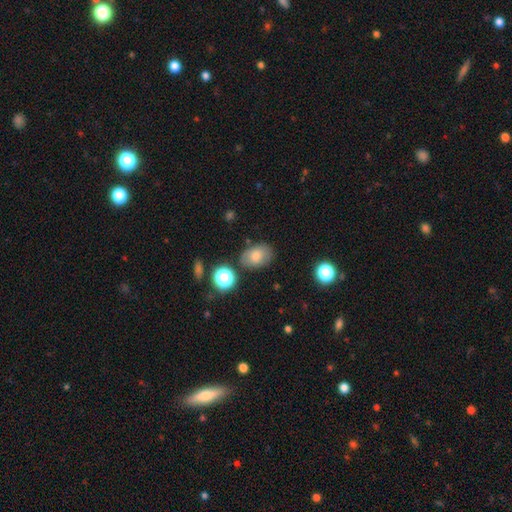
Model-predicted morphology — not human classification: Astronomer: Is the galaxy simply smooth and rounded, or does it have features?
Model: smooth — 76%.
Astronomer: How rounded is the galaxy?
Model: in between — 80%.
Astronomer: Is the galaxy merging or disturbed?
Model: none — 74%.